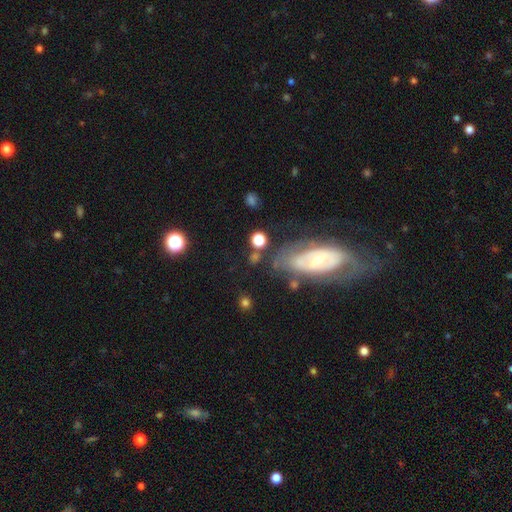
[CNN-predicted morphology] smooth_or_featured: featured or disk (p=0.60) [alt: smooth p=0.29]
disk_edge_on: no (p=0.83) [alt: yes p=0.17]
merging: none (p=0.62) [alt: minor disturbance p=0.19]